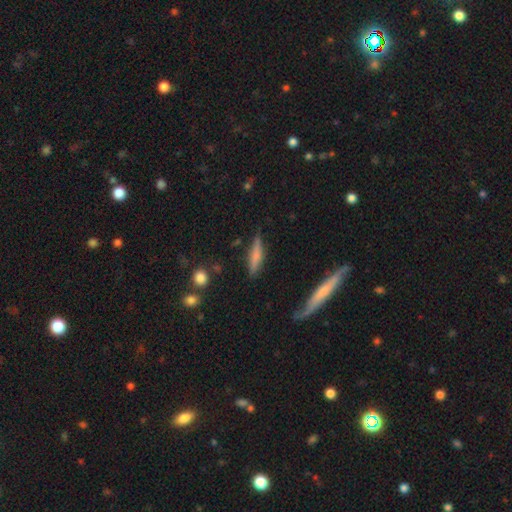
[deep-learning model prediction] smooth-or-featured: smooth: 59% | featured or disk: 34% | star or artifact: 8%
  how-rounded: cigar-shaped: 78% | in between: 20% | round: 2%
  merging: none: 78% | minor disturbance: 15% | major disturbance: 4% | merger: 3%